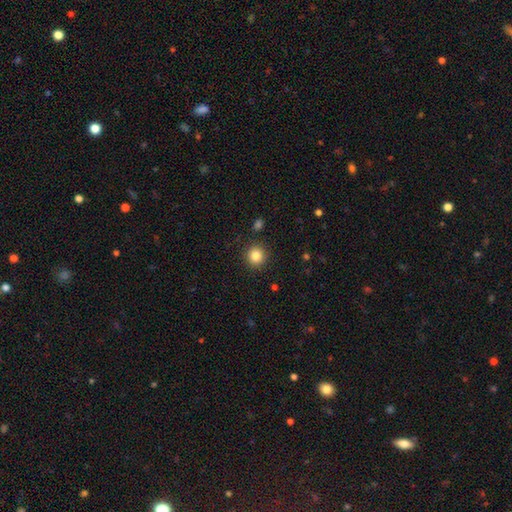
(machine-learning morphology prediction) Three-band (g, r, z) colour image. It shows a smooth galaxy with no disk features (85%) that is round (92%). Merging: none (90%).